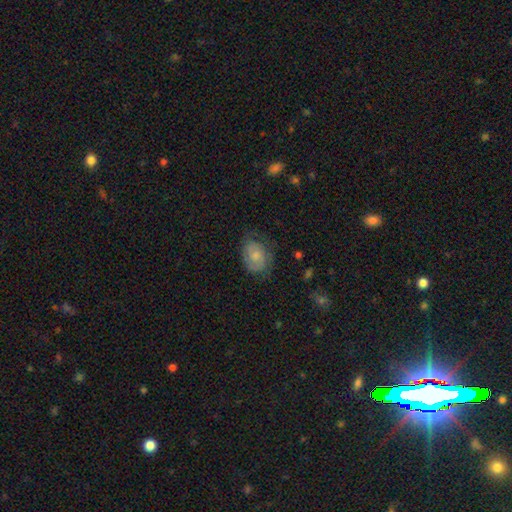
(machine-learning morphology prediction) Smooth or featured: smooth — 61% (featured or disk — 31%)
How rounded: in between — 67% (round — 32%)
Merging: none — 58% (minor disturbance — 28%)